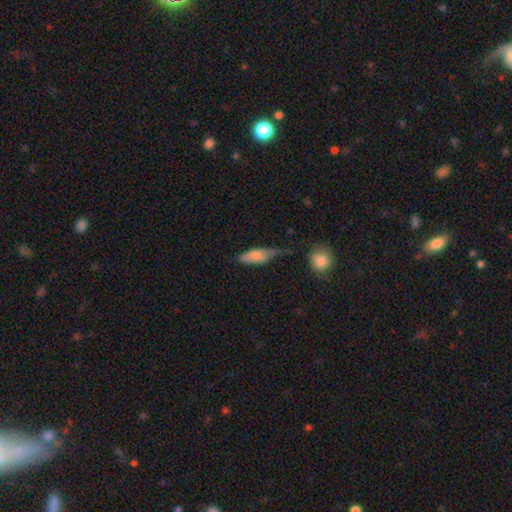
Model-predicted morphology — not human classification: The model was most divided on "merging": minor disturbance: 38%, none: 34%, major disturbance: 19%, merger: 9%. More confident: smooth or featured — smooth (77%); how rounded — in between (66%).